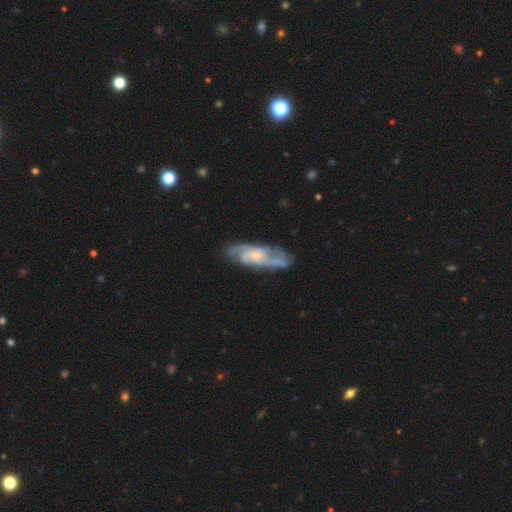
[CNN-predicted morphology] The model was most divided on "spiral winding": medium: 45%, tight: 42%, loose: 13%. Remaining: spiral arms — yes (93%); edge-on disk — no (88%); smooth or featured — featured or disk (81%); merging — none (72%); bar — no (66%); bulge size — small (65%); spiral arm count — 2 (40%).